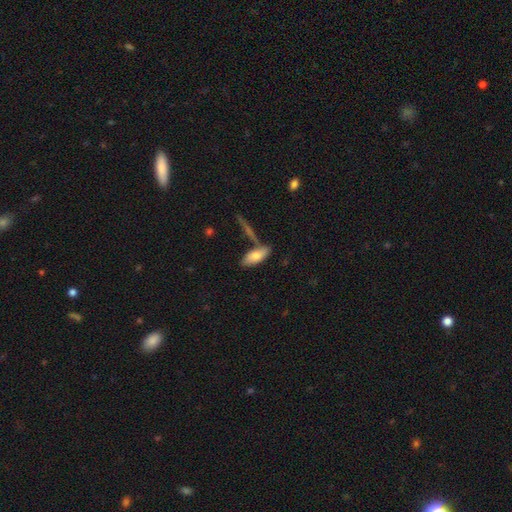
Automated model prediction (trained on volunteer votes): Morphology: type=smooth (75%); roundness=in between (74%); merging=none (63%).